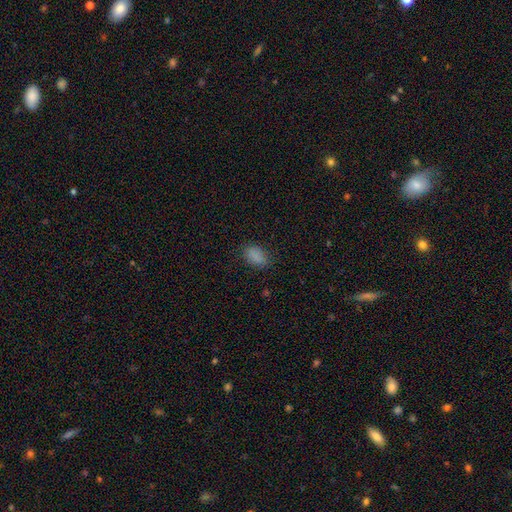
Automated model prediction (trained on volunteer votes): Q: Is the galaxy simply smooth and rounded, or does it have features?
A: smooth — 86%.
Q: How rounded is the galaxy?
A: in between — 88%.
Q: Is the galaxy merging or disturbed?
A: none — 82%.